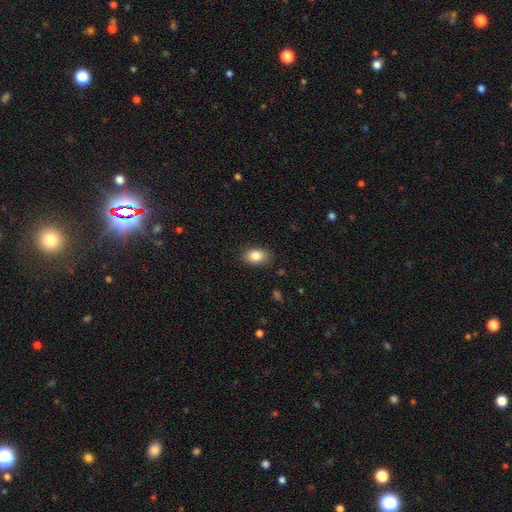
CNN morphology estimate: A smooth galaxy with no disk features (84%) that is in between round and cigar-shaped (85%). Merging: none (86%).